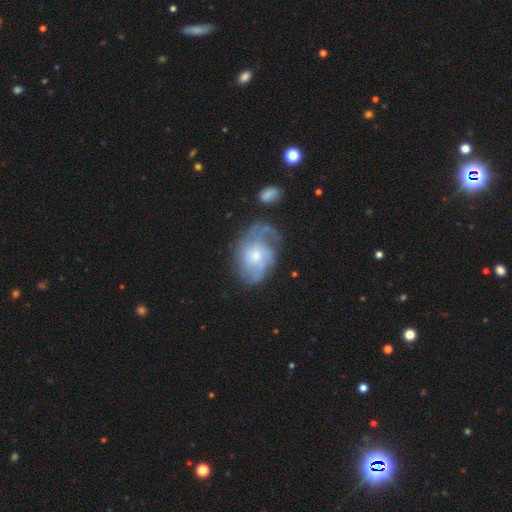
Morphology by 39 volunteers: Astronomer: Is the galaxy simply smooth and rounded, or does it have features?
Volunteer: featured or disk — 62%.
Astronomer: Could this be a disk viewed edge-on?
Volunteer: no — 100%.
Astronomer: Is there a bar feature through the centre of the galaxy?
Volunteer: no — 83%.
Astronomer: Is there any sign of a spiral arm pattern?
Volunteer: yes — 83%.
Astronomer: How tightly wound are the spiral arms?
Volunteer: medium — 45% (runner-up: loose, 35%).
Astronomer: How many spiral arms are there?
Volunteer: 2 — 55%.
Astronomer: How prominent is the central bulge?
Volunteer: moderate — 62%.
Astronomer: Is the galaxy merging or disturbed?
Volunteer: none — 44% (runner-up: minor disturbance, 28%).